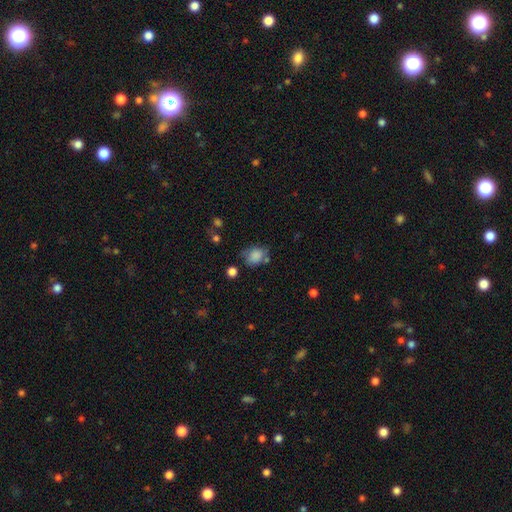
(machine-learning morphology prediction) type=smooth (82%); roundness=in between (50%); merging=none (57%).